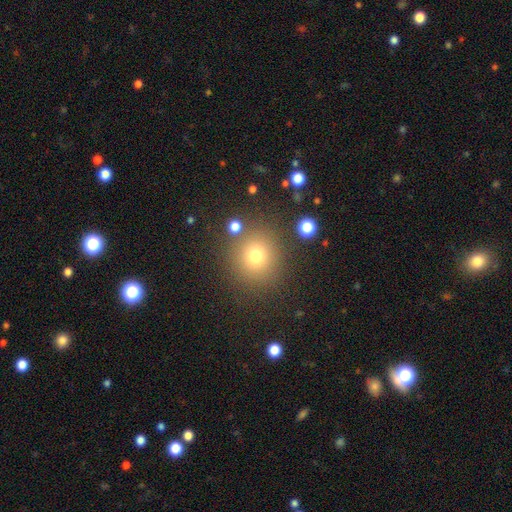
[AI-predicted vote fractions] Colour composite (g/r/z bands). It shows a smooth galaxy with no disk features (73%) that is round (91%). Merging: none (84%).